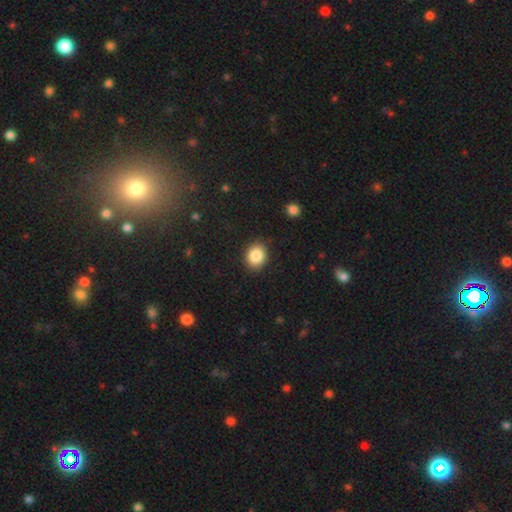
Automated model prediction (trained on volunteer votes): Smooth or featured?
  - smooth: 86% *
  - star or artifact: 9%
  - featured or disk: 5%
How rounded?
  - round: 57% *
  - in between: 42%
  - cigar-shaped: 1%
Merging?
  - none: 88% *
  - minor disturbance: 8%
  - major disturbance: 2%
  - merger: 1%